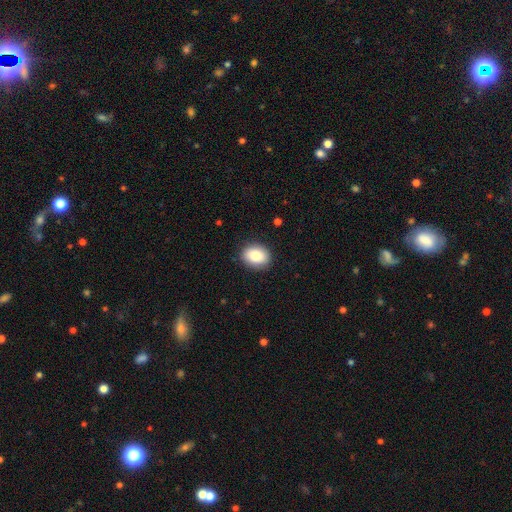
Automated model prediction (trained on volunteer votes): smooth_or_featured: smooth (p=0.84) [alt: featured or disk p=0.08]
how_rounded: in between (p=0.59) [alt: round p=0.40]
merging: none (p=0.87) [alt: minor disturbance p=0.10]